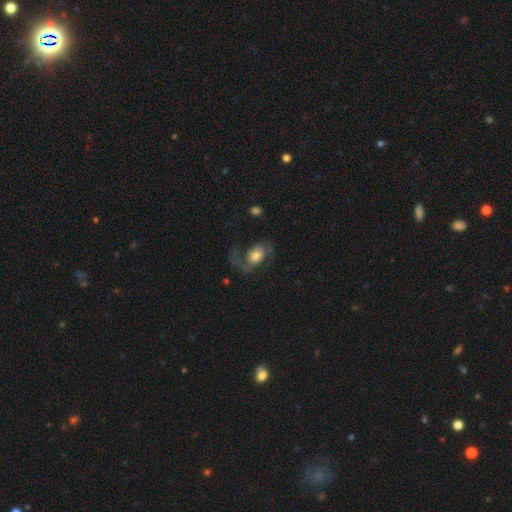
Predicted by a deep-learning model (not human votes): The model was most divided on "merging": none: 41%, major disturbance: 37%, minor disturbance: 19%, merger: 2%. Remaining: smooth or featured — featured or disk (49%).